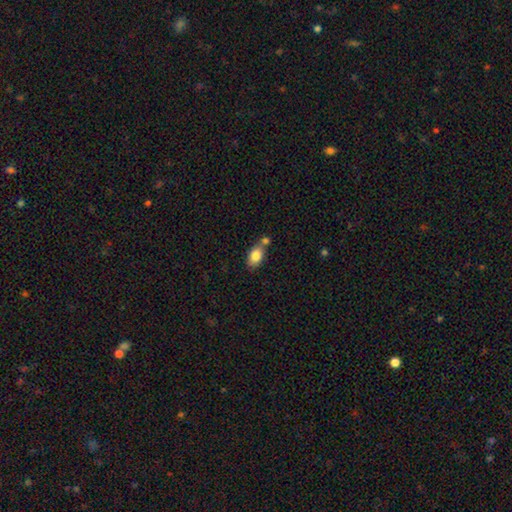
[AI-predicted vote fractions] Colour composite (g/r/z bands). It shows a smooth galaxy with no disk features (82%) that is in between round and cigar-shaped (88%). Merging: none (49%).